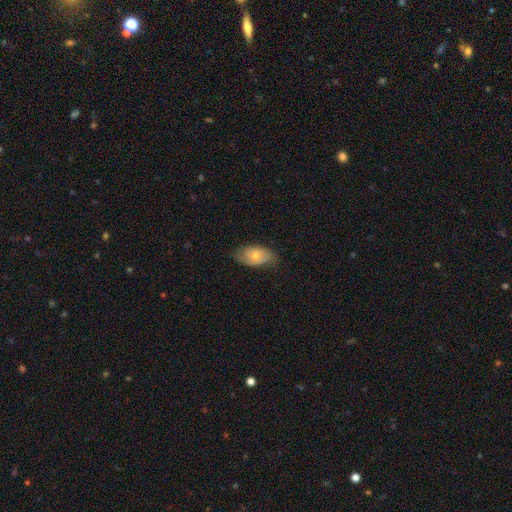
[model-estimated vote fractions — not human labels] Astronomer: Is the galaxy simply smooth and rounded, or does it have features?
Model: smooth — 52% (runner-up: featured or disk, 41%).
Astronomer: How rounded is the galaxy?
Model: in between — 90%.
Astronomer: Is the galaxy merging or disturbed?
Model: none — 62%.